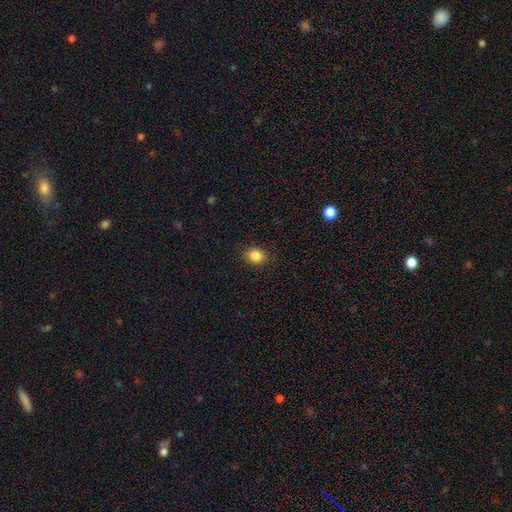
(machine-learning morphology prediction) smooth 85%, star or artifact 11%, featured or disk 5%. Down the decision tree: how rounded — round (62%); merging — none (89%).